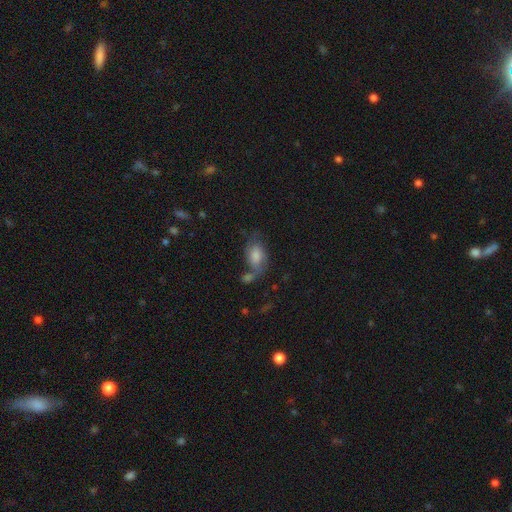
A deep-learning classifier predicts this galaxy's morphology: Overall: smooth (55%; featured or disk 33%). How rounded: in between (85%). Merging: none (43%; merger 22%).